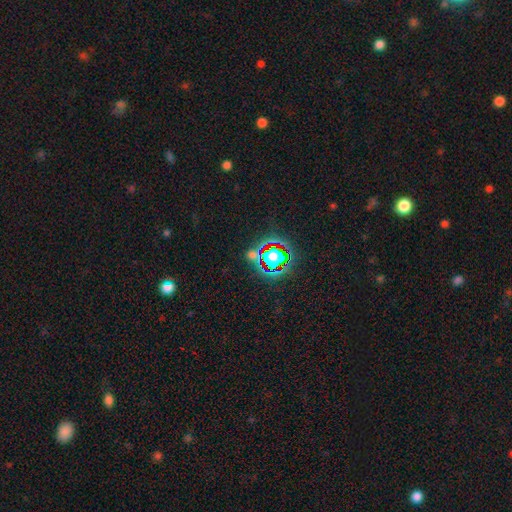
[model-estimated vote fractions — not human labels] Q: Smooth or featured?
A: star or artifact (73%); runner-up: smooth (18%)